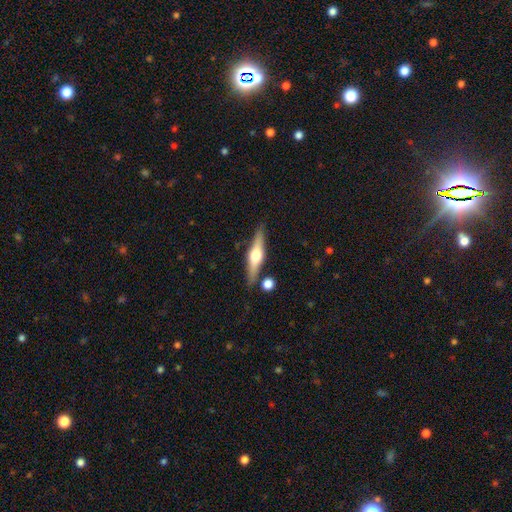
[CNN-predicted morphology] Smooth or featured? featured or disk (66%)
Edge-on disk? yes (96%)
Edge-on bulge? rounded (94%)
Merging? none (83%)